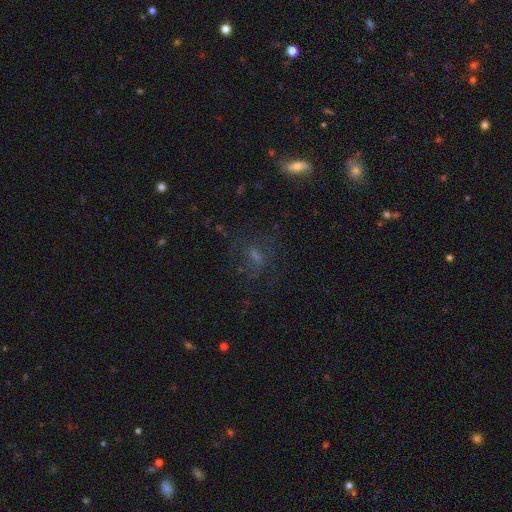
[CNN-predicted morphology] Smooth or featured: smooth — 38% (featured or disk — 34%)
Merging: none — 59% (major disturbance — 20%)